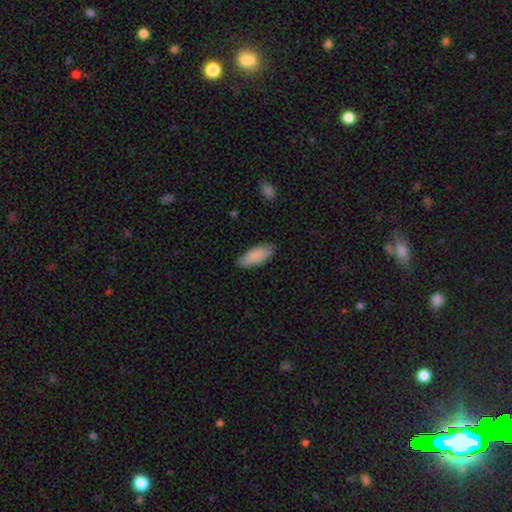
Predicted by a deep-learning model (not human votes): A smooth galaxy with no disk features (86%) that is in between round and cigar-shaped (81%).

Vote fractions:
- Smooth or featured? smooth: 86% / featured or disk: 8% / star or artifact: 6%
- How rounded? in between: 81% / cigar-shaped: 17% / round: 2%
- Merging? none: 85% / minor disturbance: 12% / major disturbance: 2% / merger: 1%